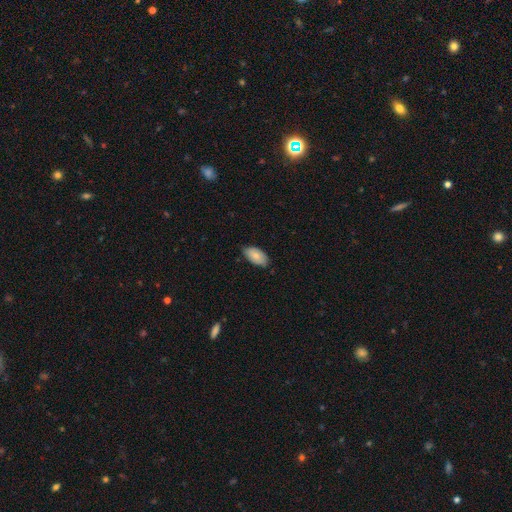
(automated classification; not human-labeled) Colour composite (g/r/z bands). It shows a smooth galaxy with no disk features (79%) that is in between round and cigar-shaped (95%). Merging: none (77%).